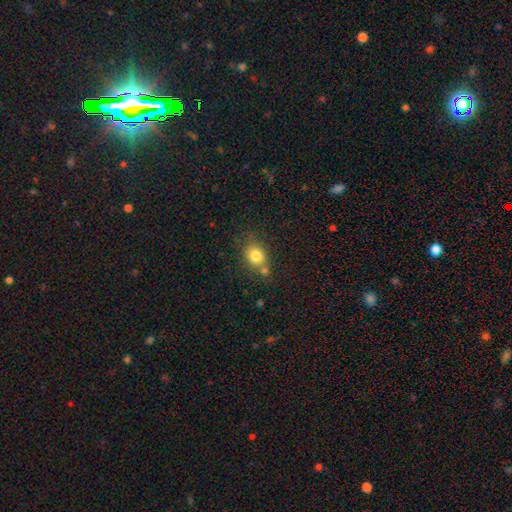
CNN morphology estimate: smooth-or-featured: smooth: 80% | star or artifact: 11% | featured or disk: 9%
  how-rounded: round: 61% | in between: 38% | cigar-shaped: 1%
  merging: none: 60% | merger: 20% | minor disturbance: 15% | major disturbance: 5%